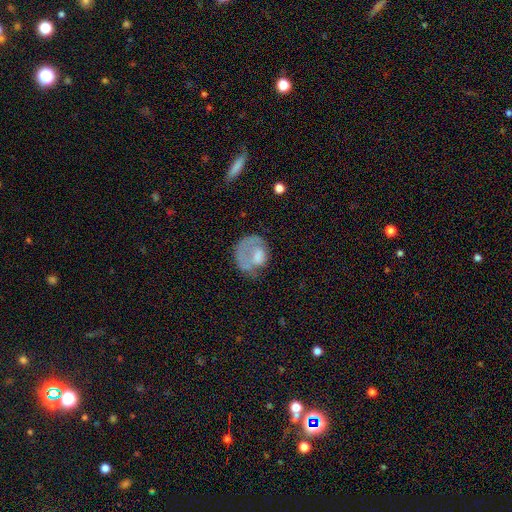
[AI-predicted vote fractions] A smooth galaxy with no disk features (53%) that is round (63%). Merging: major disturbance (40%).